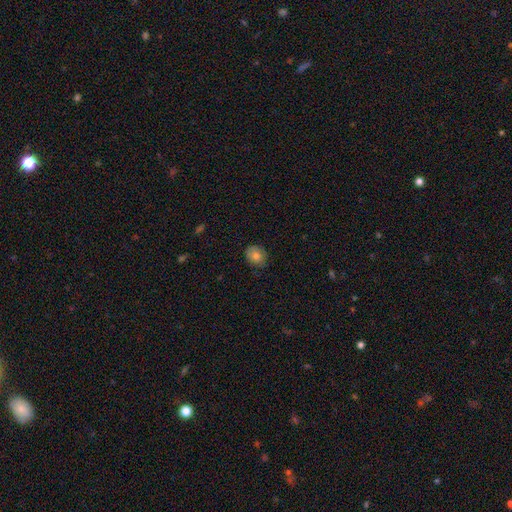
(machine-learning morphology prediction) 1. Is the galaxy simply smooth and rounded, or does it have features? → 80% smooth, 11% featured or disk, 9% star or artifact.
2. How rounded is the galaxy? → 55% round, 44% in between, 1% cigar-shaped.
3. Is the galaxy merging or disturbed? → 80% none, 16% minor disturbance, 3% major disturbance, 1% merger.